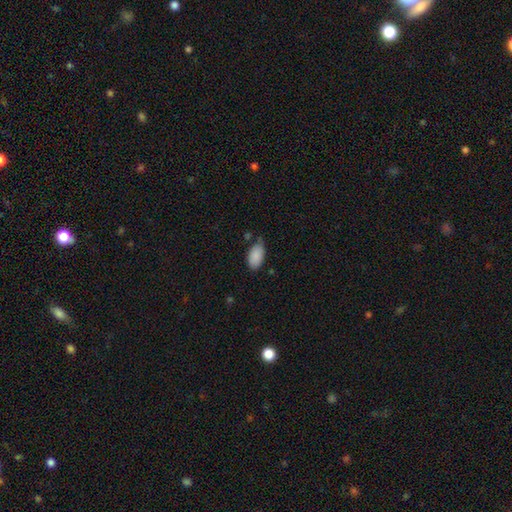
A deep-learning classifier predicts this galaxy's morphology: Smooth or featured? smooth (88%)
How rounded? in between (95%)
Merging? none (62%)